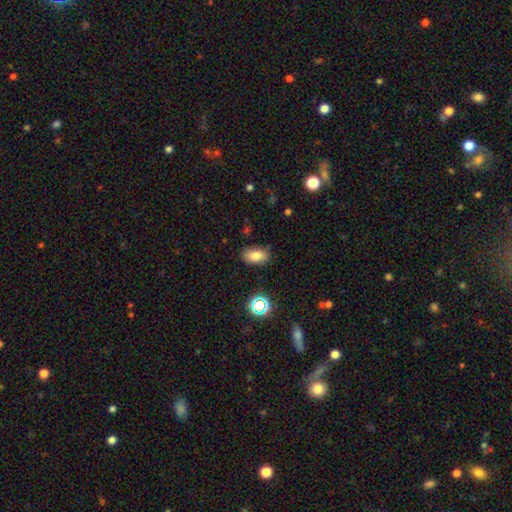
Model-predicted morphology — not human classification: Q: Smooth or featured?
A: smooth (78%); runner-up: star or artifact (12%)
Q: How rounded?
A: in between (90%); runner-up: round (8%)
Q: Merging?
A: none (84%); runner-up: minor disturbance (12%)